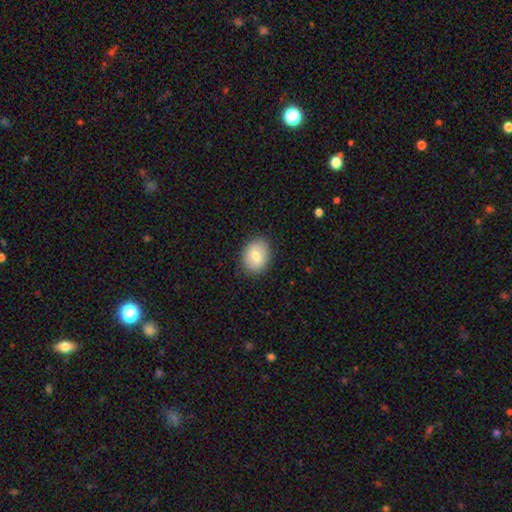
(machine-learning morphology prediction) smooth 74%, featured or disk 18%, star or artifact 8%. Down the decision tree: how rounded — in between (59%); merging — none (86%).